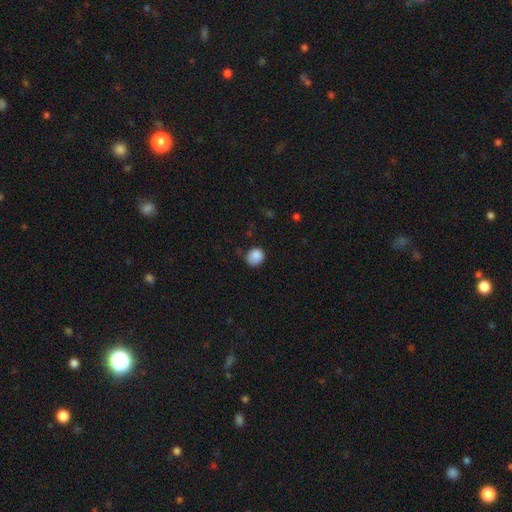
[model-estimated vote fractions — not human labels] This appears to be a smooth galaxy with no disk features (87%) that is round (79%). Merging: none (72%).